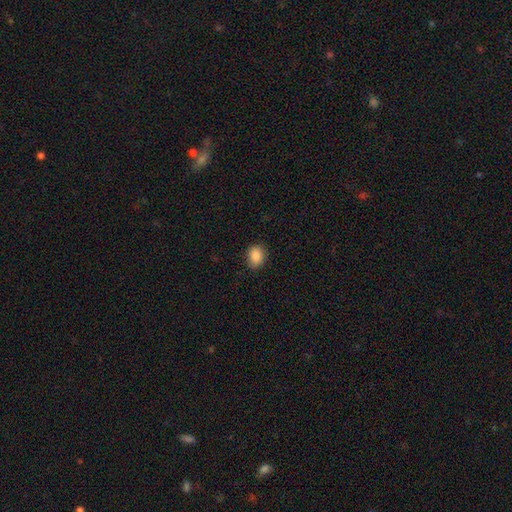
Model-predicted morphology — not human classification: This appears to be a smooth galaxy with no disk features (87%) that is round (51%). Merging: none (86%).